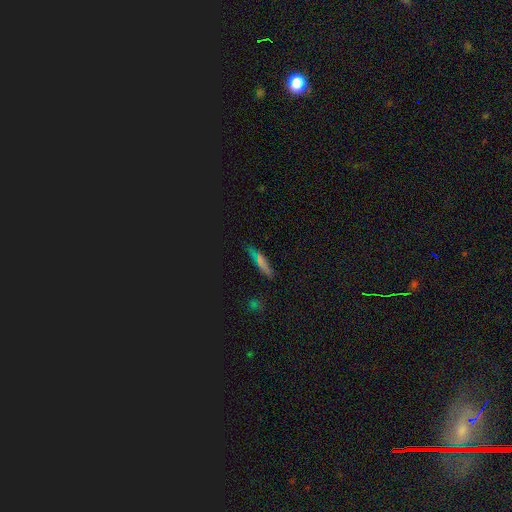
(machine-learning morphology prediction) A smooth galaxy with no disk features (46%). Merging: none (81%).